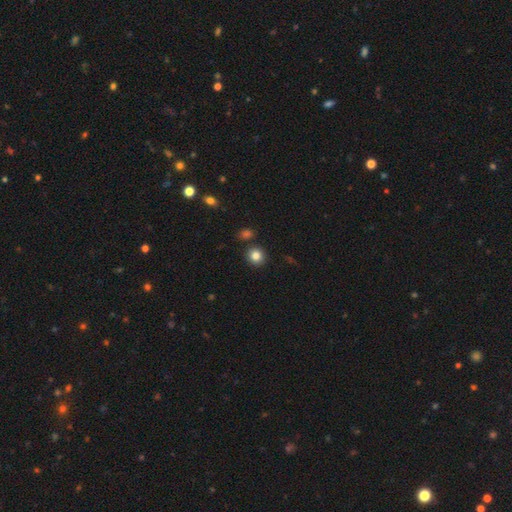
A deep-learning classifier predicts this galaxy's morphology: This is clearly a smooth galaxy (84%). How rounded: clearly round (90%). Merging: clearly none (87%).